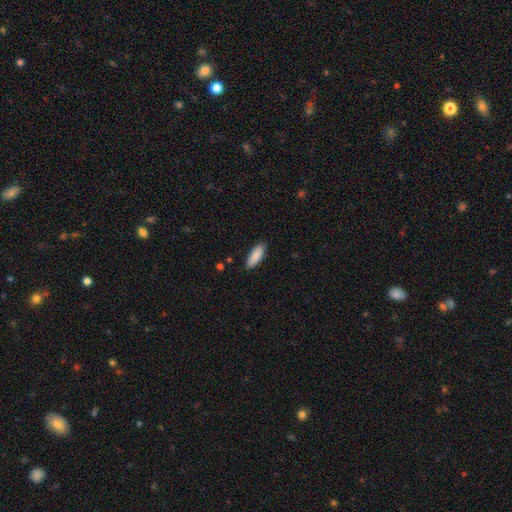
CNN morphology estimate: The model was most divided on "how rounded": in between: 65%, cigar-shaped: 34%, round: 2%. More confident: smooth or featured — smooth (90%); merging — none (87%).